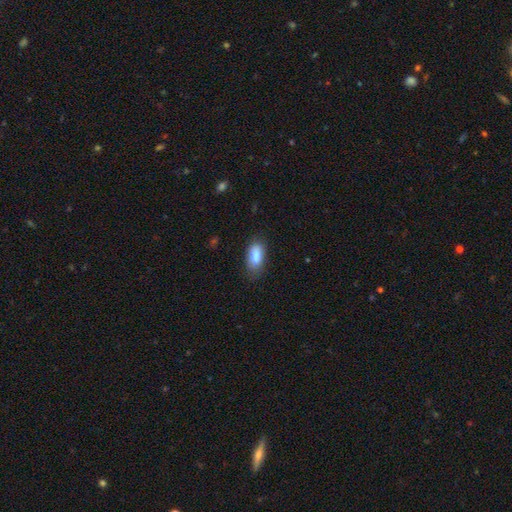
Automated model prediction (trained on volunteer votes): Smooth or featured? smooth (85%)
How rounded? in between (85%)
Merging? none (71%)